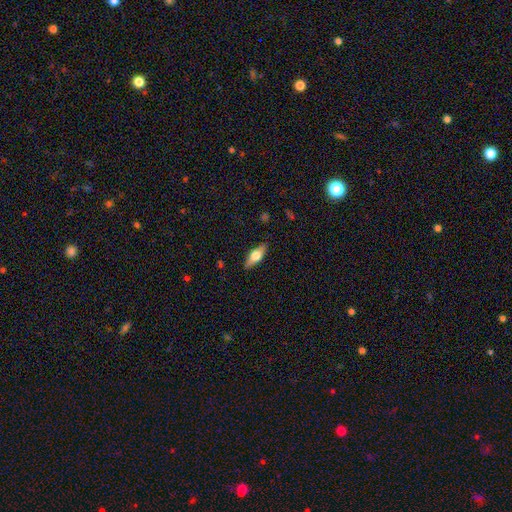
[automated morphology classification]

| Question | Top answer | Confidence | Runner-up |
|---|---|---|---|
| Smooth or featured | smooth | 52% | featured or disk (42%) |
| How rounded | in between | 68% | cigar-shaped (29%) |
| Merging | none | 86% | minor disturbance (11%) |